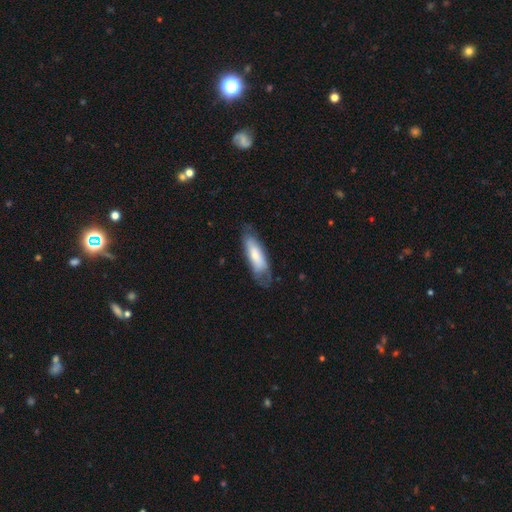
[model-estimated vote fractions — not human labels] Q: Smooth or featured?
A: smooth (65%); runner-up: featured or disk (29%)
Q: How rounded?
A: in between (54%); runner-up: cigar-shaped (44%)
Q: Merging?
A: none (60%); runner-up: minor disturbance (27%)